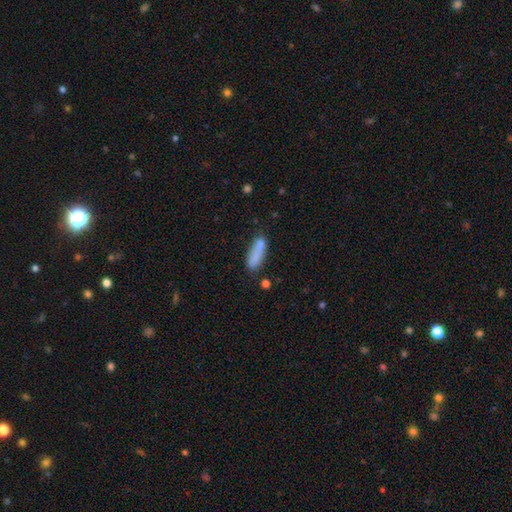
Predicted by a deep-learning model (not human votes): smooth_or_featured: smooth (p=0.80) [alt: featured or disk p=0.12]
how_rounded: cigar-shaped (p=0.54) [alt: in between p=0.44]
merging: none (p=0.56) [alt: minor disturbance p=0.23]